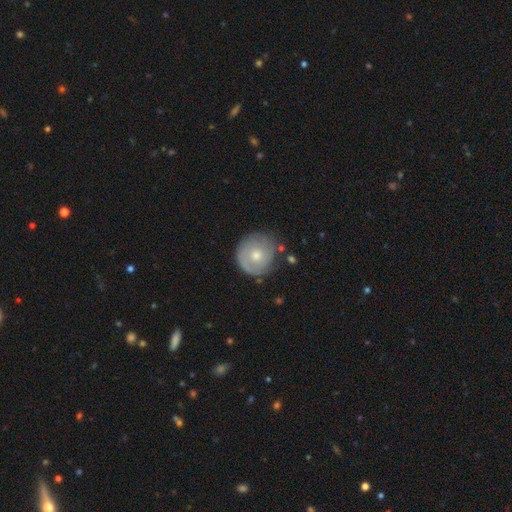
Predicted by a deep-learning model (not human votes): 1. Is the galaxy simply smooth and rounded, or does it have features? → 48% featured or disk, 46% smooth, 6% star or artifact.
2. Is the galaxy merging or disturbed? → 72% none, 19% minor disturbance, 6% major disturbance, 3% merger.